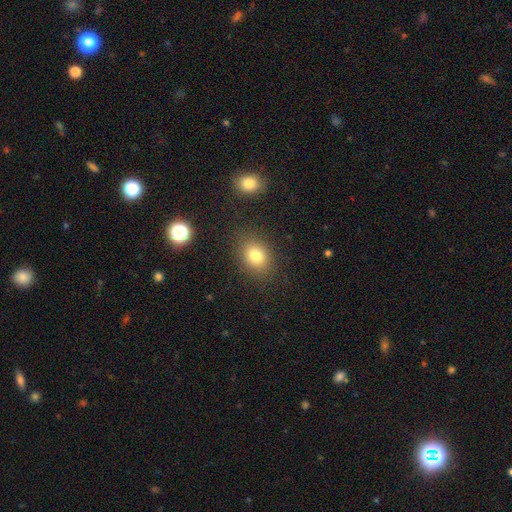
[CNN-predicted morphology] Smooth or featured? smooth (79%)
How rounded? in between (52%)
Merging? none (84%)